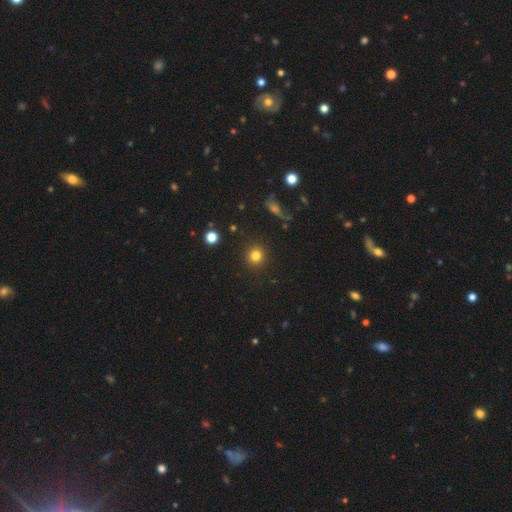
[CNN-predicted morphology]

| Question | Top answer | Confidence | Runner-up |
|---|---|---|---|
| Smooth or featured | smooth | 82% | star or artifact (13%) |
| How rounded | round | 92% | in between (7%) |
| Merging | none | 91% | minor disturbance (6%) |